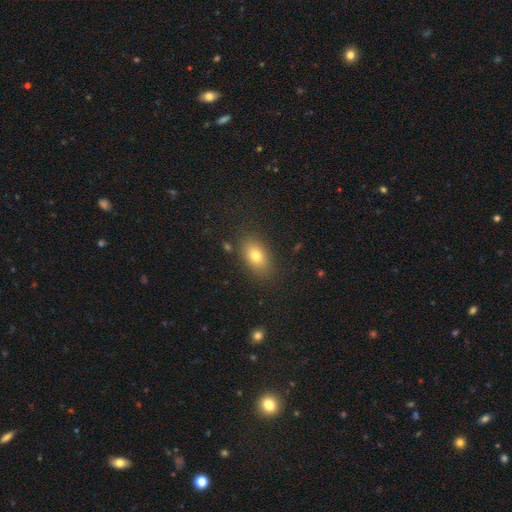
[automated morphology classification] Q: Smooth or featured?
A: smooth (78%); runner-up: featured or disk (12%)
Q: How rounded?
A: in between (85%); runner-up: round (13%)
Q: Merging?
A: none (84%); runner-up: minor disturbance (11%)